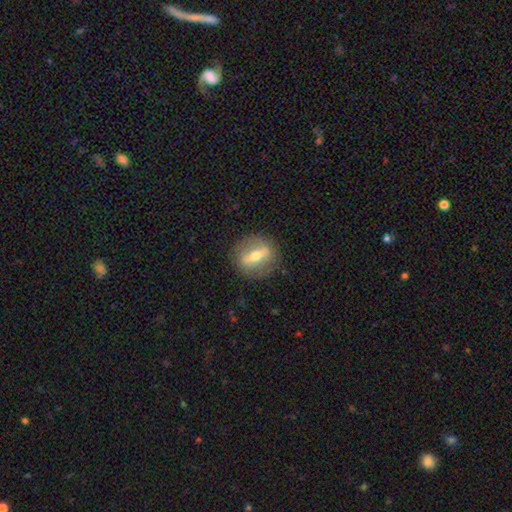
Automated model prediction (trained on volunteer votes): A featured or disk galaxy (61%). Merging: none (85%).